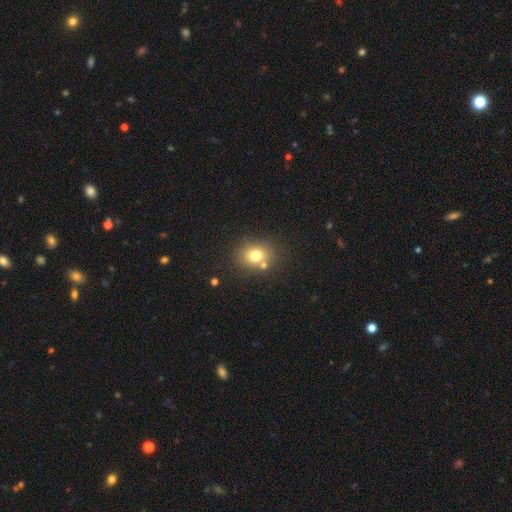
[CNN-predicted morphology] This is likely a smooth galaxy (74%). How rounded: likely round (69%). Merging: likely none (71%).